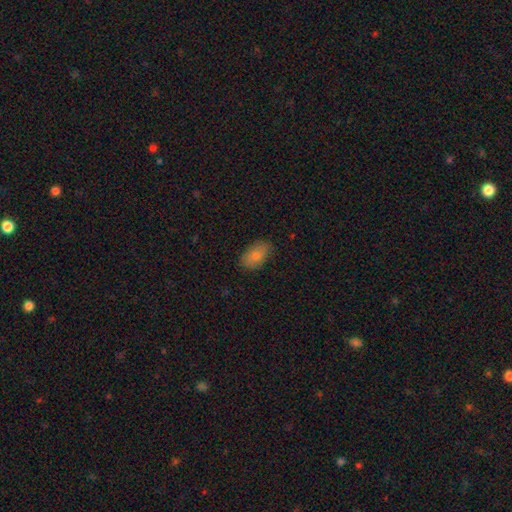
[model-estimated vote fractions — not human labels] Smooth or featured? Predicted: smooth (p=0.82). How rounded? Predicted: in between (p=0.92). Merging? Predicted: none (p=0.80).